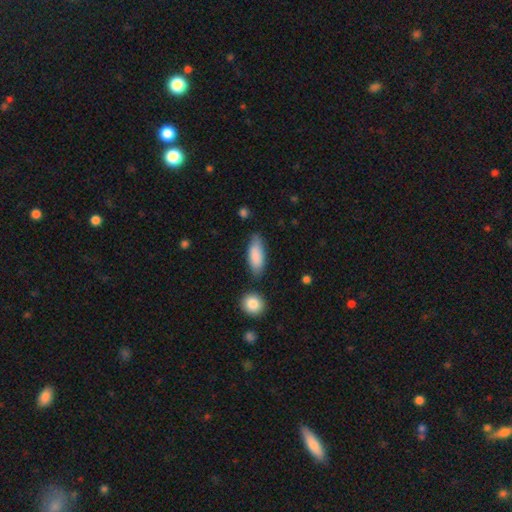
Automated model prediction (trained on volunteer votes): A smooth galaxy with no disk features (87%) that is in between round and cigar-shaped (76%). Merging: none (74%).